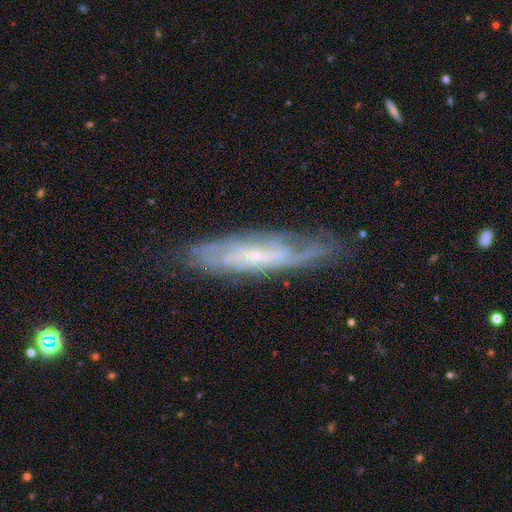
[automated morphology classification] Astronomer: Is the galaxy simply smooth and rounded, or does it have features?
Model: featured or disk — 73%.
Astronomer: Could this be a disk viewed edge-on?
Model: no — 64%.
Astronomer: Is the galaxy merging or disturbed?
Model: none — 74%.